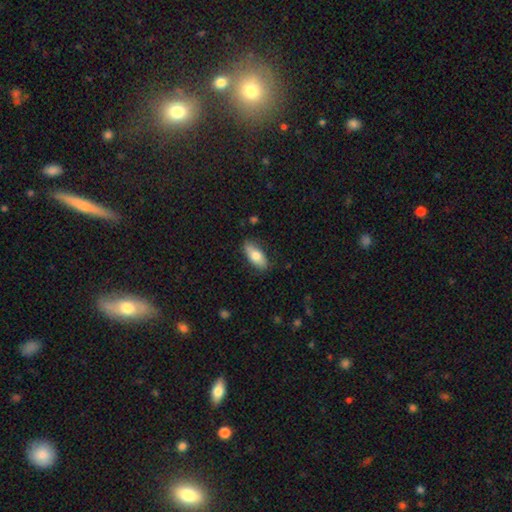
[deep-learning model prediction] Smooth or featured?
  - smooth: 75% *
  - featured or disk: 19%
  - star or artifact: 6%
How rounded?
  - in between: 81% *
  - cigar-shaped: 16%
  - round: 3%
Merging?
  - none: 81% *
  - minor disturbance: 15%
  - major disturbance: 3%
  - merger: 1%